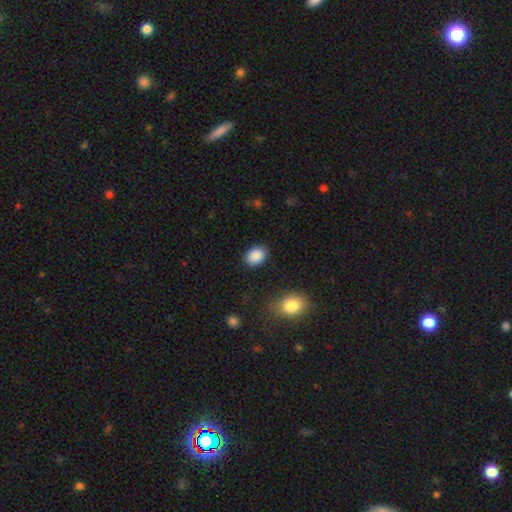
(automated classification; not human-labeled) A smooth galaxy with no disk features (89%) that is in between round and cigar-shaped (70%).

Vote fractions:
- Smooth or featured? smooth: 89% / star or artifact: 8% / featured or disk: 3%
- How rounded? in between: 70% / round: 29% / cigar-shaped: 1%
- Merging? none: 86% / minor disturbance: 9% / major disturbance: 3% / merger: 1%